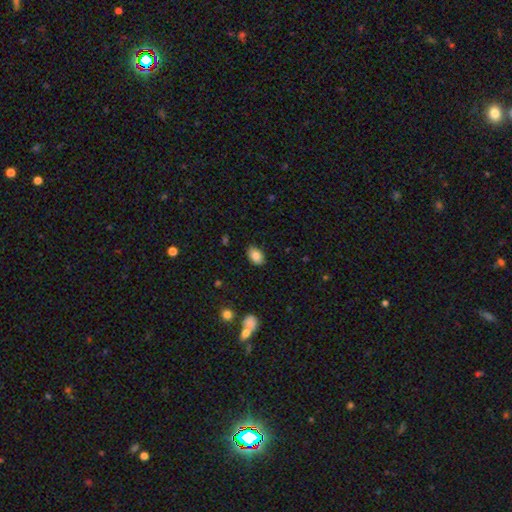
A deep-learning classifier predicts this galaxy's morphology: Smooth or featured? smooth (85%)
How rounded? in between (84%)
Merging? none (84%)